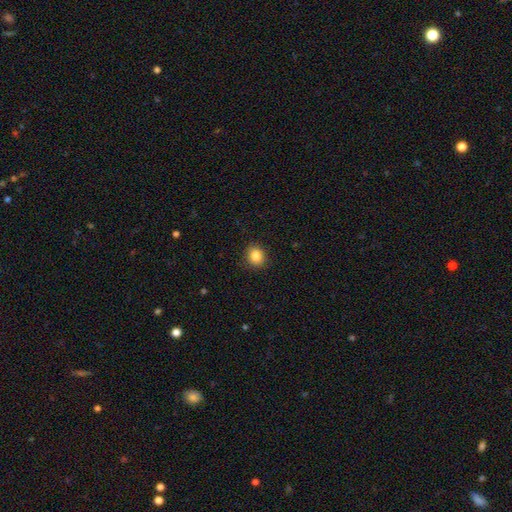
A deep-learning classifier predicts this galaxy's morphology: smooth_or_featured: smooth (p=0.86) [alt: star or artifact p=0.10]
how_rounded: round (p=0.77) [alt: in between p=0.23]
merging: none (p=0.89) [alt: minor disturbance p=0.07]